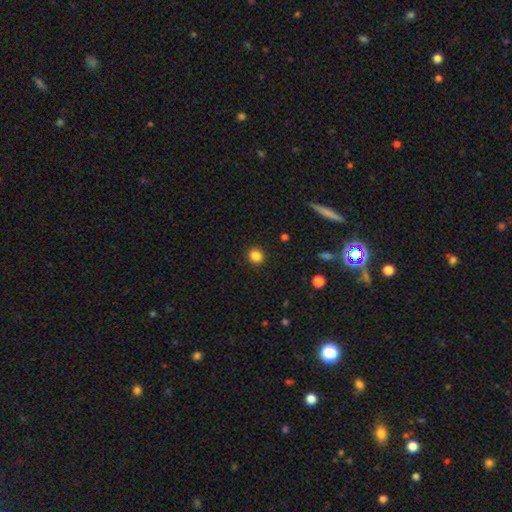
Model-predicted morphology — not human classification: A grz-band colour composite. It shows a smooth galaxy with no disk features (85%) that is round (82%). Merging: none (91%).